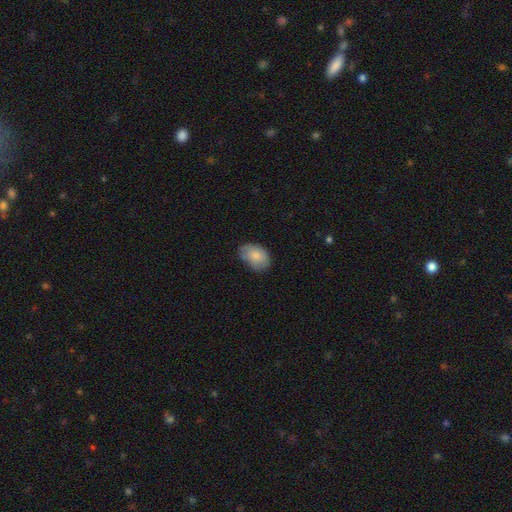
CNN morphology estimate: smooth-or-featured: smooth: 80% | featured or disk: 14% | star or artifact: 6%
  how-rounded: in between: 85% | round: 14% | cigar-shaped: 1%
  merging: none: 69% | minor disturbance: 25% | major disturbance: 5% | merger: 1%